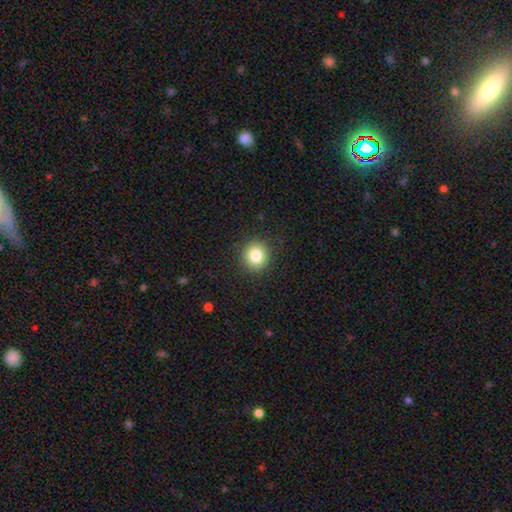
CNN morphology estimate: Smooth or featured?
  - smooth: 82% *
  - star or artifact: 11%
  - featured or disk: 7%
How rounded?
  - round: 88% *
  - in between: 11%
  - cigar-shaped: 1%
Merging?
  - none: 90% *
  - minor disturbance: 6%
  - major disturbance: 2%
  - merger: 1%